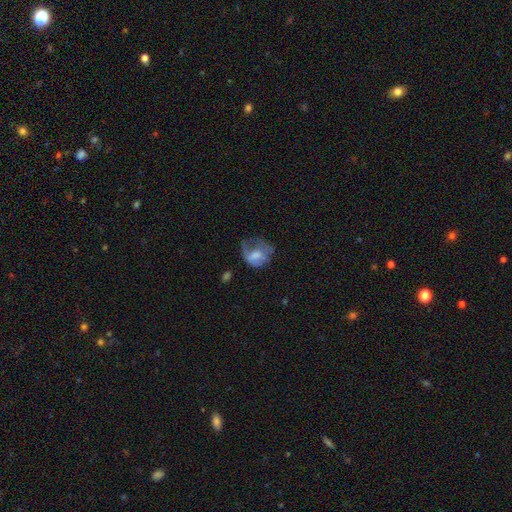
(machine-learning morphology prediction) A smooth galaxy with no disk features (54%) that is round (55%). Merging: major disturbance (42%).